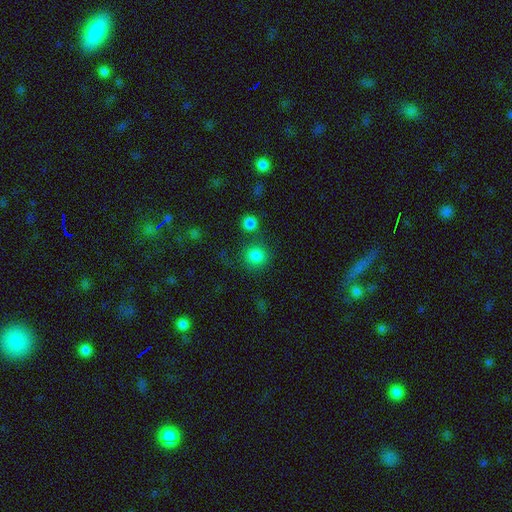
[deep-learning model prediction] The model was most divided on "merging": none: 76%, merger: 11%, minor disturbance: 9%, major disturbance: 5%. More confident: how rounded — round (92%); smooth or featured — smooth (83%).